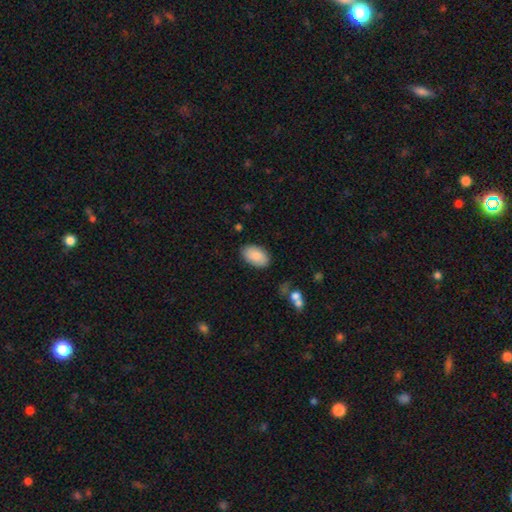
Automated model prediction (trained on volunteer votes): A smooth galaxy with no disk features (88%) that is in between round and cigar-shaped (94%).

Vote fractions:
- Smooth or featured? smooth: 88% / star or artifact: 6% / featured or disk: 6%
- How rounded? in between: 94% / round: 5% / cigar-shaped: 1%
- Merging? none: 86% / minor disturbance: 10% / major disturbance: 2% / merger: 1%